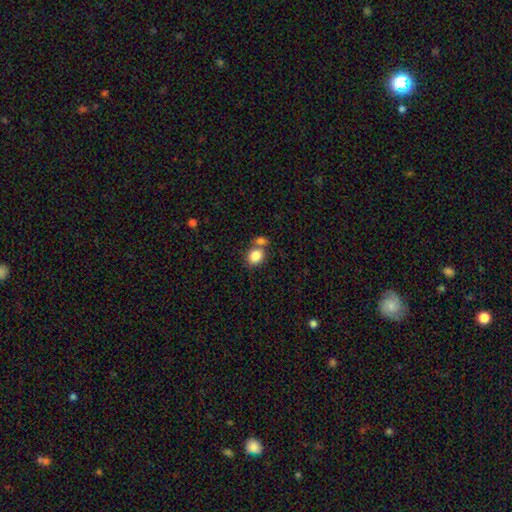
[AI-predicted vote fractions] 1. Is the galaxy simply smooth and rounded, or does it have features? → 85% smooth, 9% star or artifact, 6% featured or disk.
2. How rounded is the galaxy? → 55% round, 44% in between, 1% cigar-shaped.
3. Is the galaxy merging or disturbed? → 50% none, 36% merger, 10% minor disturbance, 4% major disturbance.